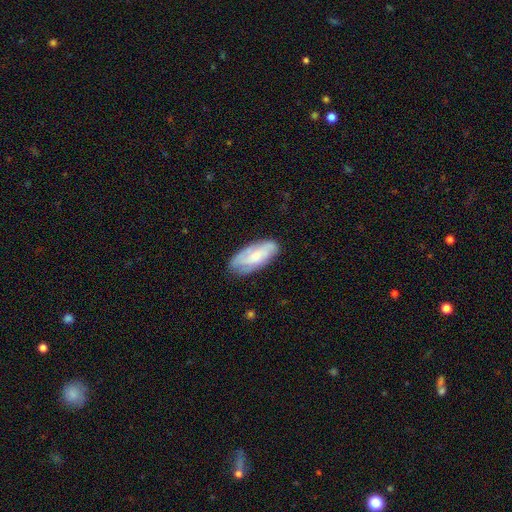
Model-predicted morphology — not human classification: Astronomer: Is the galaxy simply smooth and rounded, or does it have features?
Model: smooth — 49% (runner-up: featured or disk, 44%).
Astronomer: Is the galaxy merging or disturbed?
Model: none — 73%.